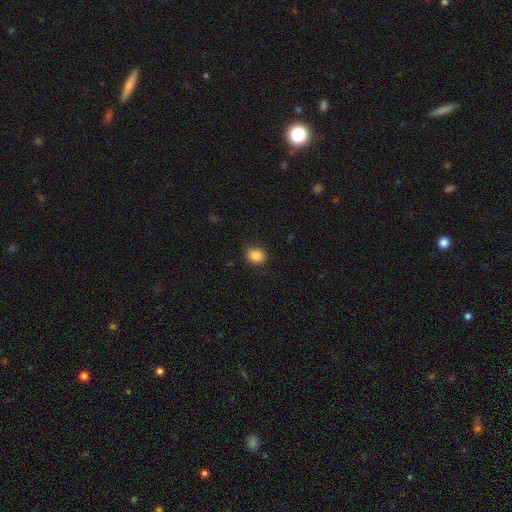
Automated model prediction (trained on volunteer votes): Smooth or featured: smooth — 88% (star or artifact — 9%)
How rounded: in between — 55% (round — 44%)
Merging: none — 88% (minor disturbance — 9%)